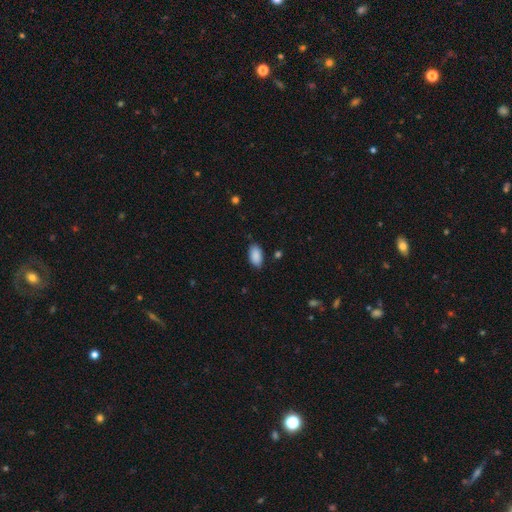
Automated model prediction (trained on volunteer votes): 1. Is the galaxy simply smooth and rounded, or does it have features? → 90% smooth, 7% star or artifact, 4% featured or disk.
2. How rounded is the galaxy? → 94% in between, 4% round, 2% cigar-shaped.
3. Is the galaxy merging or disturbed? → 85% none, 11% minor disturbance, 3% major disturbance, 1% merger.